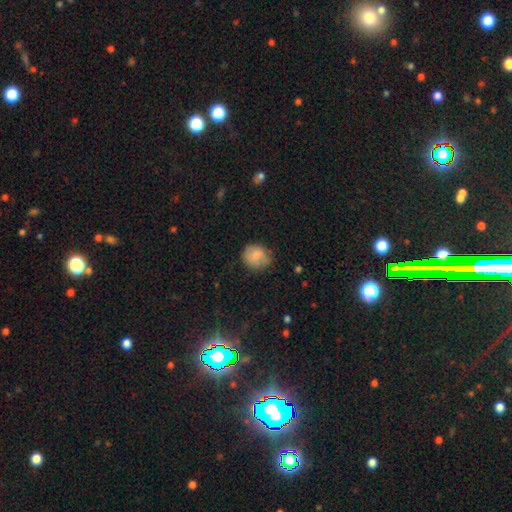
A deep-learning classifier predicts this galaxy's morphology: This is likely a smooth galaxy (78%). How rounded: likely round (78%). Merging: likely none (68%).